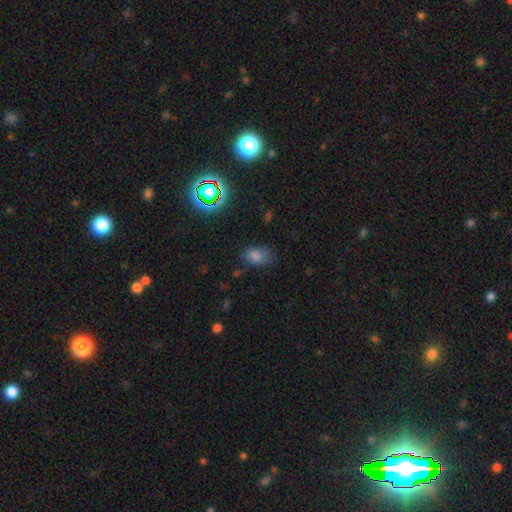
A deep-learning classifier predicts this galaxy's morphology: Smooth or featured? smooth (74%)
How rounded? in between (81%)
Merging? none (69%)